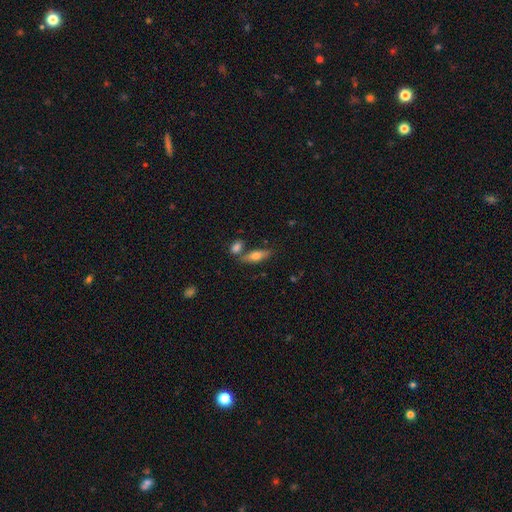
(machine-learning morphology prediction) The model was most divided on "how rounded": in between: 51%, cigar-shaped: 45%, round: 3%. More confident: merging — none (67%); smooth or featured — smooth (59%).